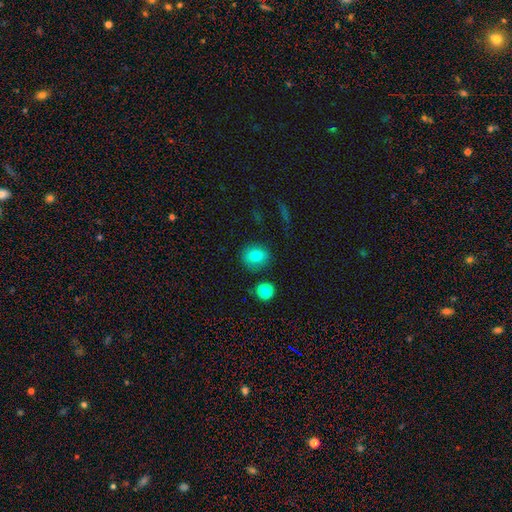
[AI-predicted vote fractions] This appears to be a smooth galaxy with no disk features (84%) that is round (67%). Merging: none (79%).